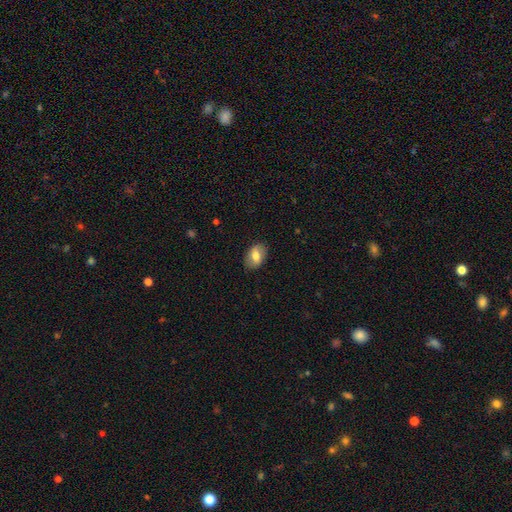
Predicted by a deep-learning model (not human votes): Smooth or featured? Predicted: smooth (p=0.66). How rounded? Predicted: in between (p=0.86). Merging? Predicted: none (p=0.85).